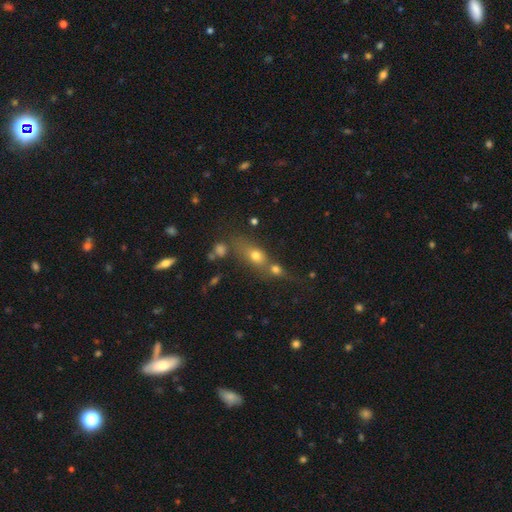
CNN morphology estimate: A smooth galaxy with no disk features (62%) that is in between round and cigar-shaped (53%). Merging: merger (48%).